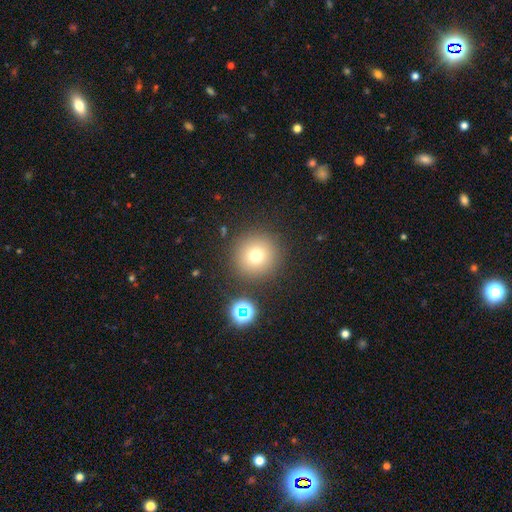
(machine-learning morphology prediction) Smooth or featured?
  - smooth: 72% *
  - star or artifact: 17%
  - featured or disk: 11%
How rounded?
  - round: 95% *
  - in between: 4%
  - cigar-shaped: 1%
Merging?
  - none: 86% *
  - minor disturbance: 7%
  - merger: 4%
  - major disturbance: 3%